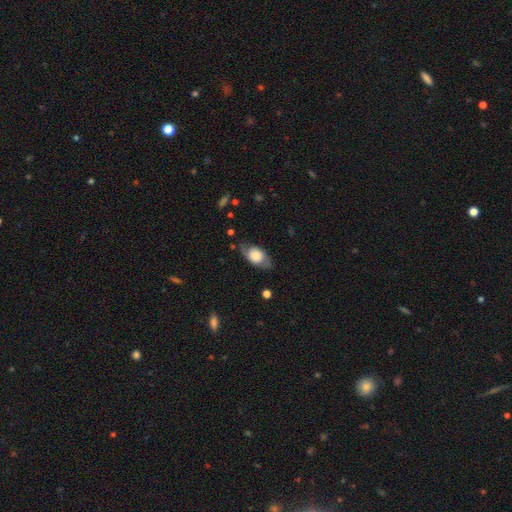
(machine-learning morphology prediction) Smooth or featured? smooth (55%)
How rounded? in between (85%)
Merging? none (70%)